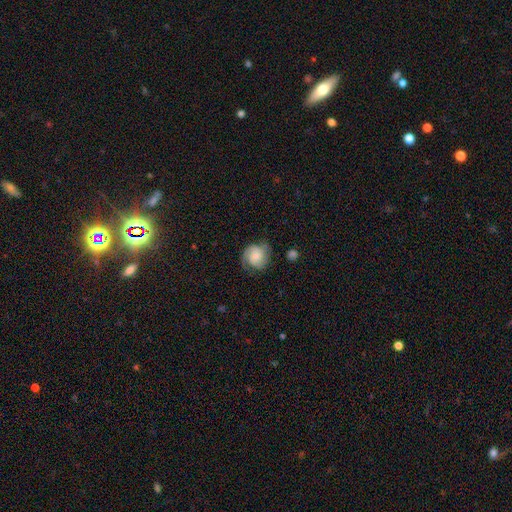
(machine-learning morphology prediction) smooth-or-featured: featured or disk: 51% | smooth: 41% | star or artifact: 8%
  disk-edge-on: no: 98% | yes: 2%
  merging: none: 66% | minor disturbance: 23% | major disturbance: 9% | merger: 2%